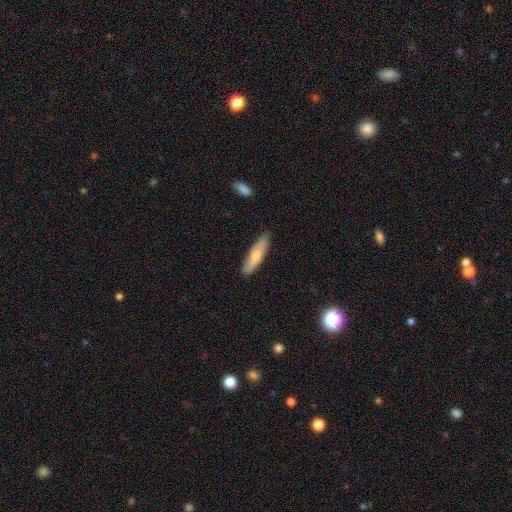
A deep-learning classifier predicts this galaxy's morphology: This appears to be a smooth galaxy with no disk features (67%) that is cigar-shaped (67%). Merging: none (81%).